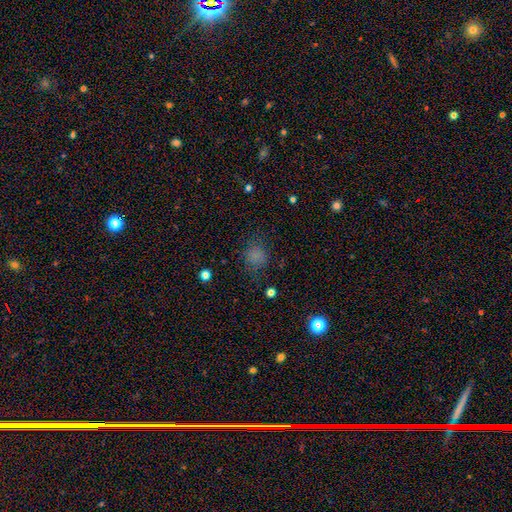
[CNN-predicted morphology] This is likely a smooth galaxy (75%). How rounded: likely round (74%). Merging: likely none (71%).